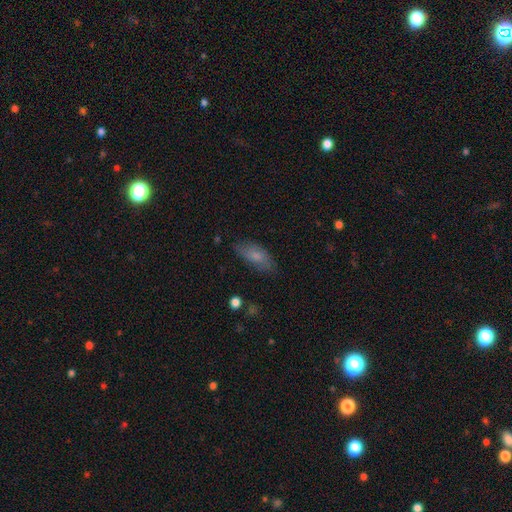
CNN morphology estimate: This is likely a smooth galaxy (74%). How rounded: clearly in between (81%). Merging: likely none (75%).